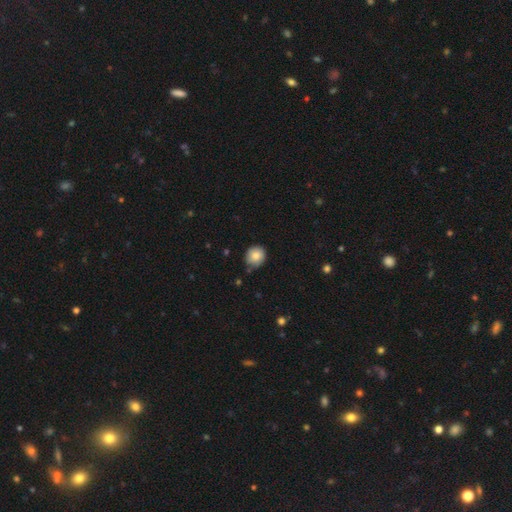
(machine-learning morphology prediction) smooth-or-featured: smooth: 81% | featured or disk: 11% | star or artifact: 8%
  how-rounded: round: 87% | in between: 12% | cigar-shaped: 1%
  merging: none: 68% | minor disturbance: 25% | major disturbance: 4% | merger: 3%